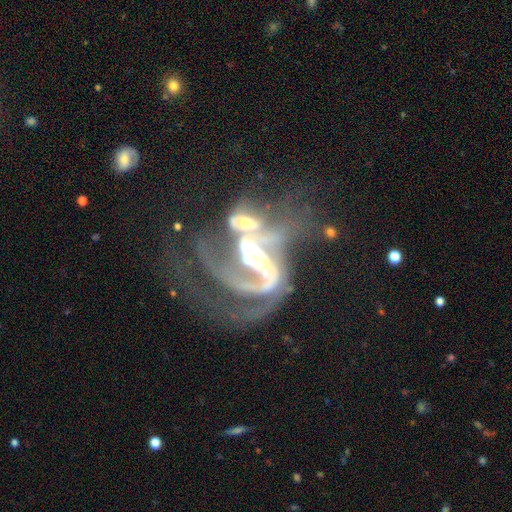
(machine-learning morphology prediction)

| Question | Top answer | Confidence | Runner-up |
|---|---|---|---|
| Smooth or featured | featured or disk | 84% | star or artifact (9%) |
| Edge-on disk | no | 97% | yes (3%) |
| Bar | no | 36% | strong (33%) |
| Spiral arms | yes | 85% | no (15%) |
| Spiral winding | loose | 45% | medium (38%) |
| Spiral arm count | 2 | 44% | 1 (22%) |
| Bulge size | moderate | 35% | small (30%) |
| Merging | merger | 52% | major disturbance (30%) |